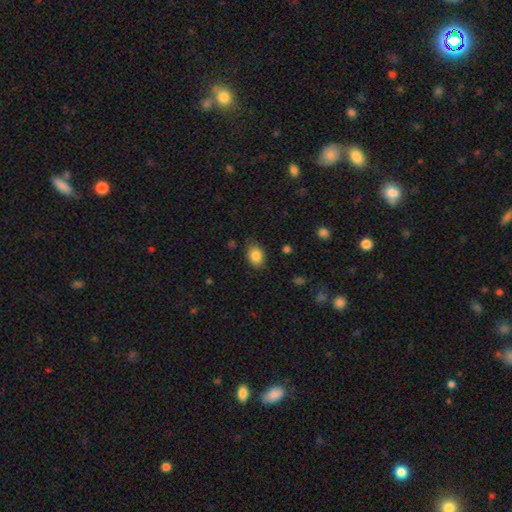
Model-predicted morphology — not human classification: Q: Smooth or featured?
A: smooth (85%); runner-up: star or artifact (8%)
Q: How rounded?
A: in between (72%); runner-up: round (27%)
Q: Merging?
A: none (80%); runner-up: minor disturbance (16%)